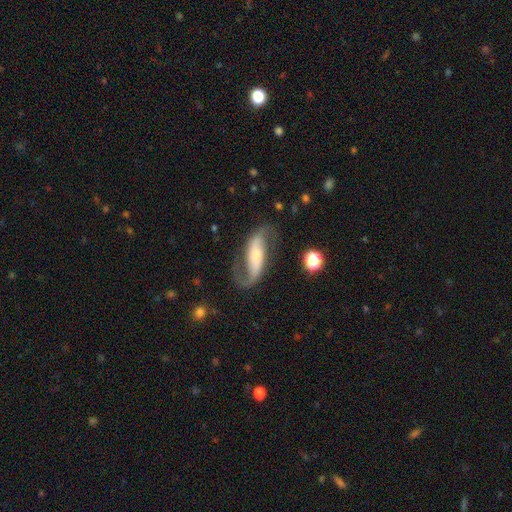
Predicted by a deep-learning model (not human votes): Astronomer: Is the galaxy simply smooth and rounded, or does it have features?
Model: featured or disk — 83%.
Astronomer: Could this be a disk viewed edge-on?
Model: no — 92%.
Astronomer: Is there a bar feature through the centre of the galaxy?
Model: strong — 42% (runner-up: weak, 30%).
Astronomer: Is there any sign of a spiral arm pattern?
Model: yes — 95%.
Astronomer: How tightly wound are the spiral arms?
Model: loose — 72%.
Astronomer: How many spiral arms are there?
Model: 2 — 89%.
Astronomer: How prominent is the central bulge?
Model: small — 43% (runner-up: moderate, 37%).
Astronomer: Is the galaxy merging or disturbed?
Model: none — 67%.